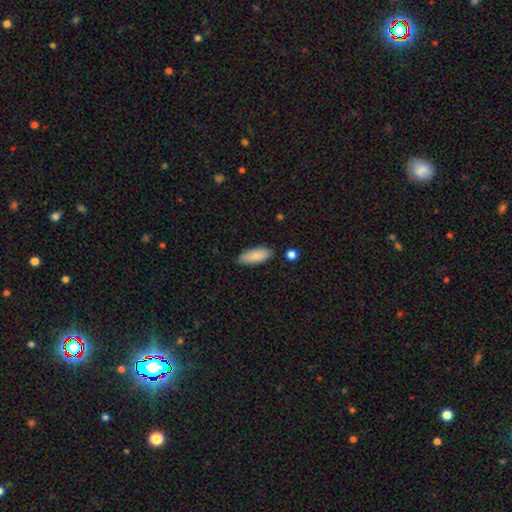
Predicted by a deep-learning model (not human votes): Smooth or featured? Predicted: smooth (p=0.87). How rounded? Predicted: in between (p=0.76). Merging? Predicted: none (p=0.84).